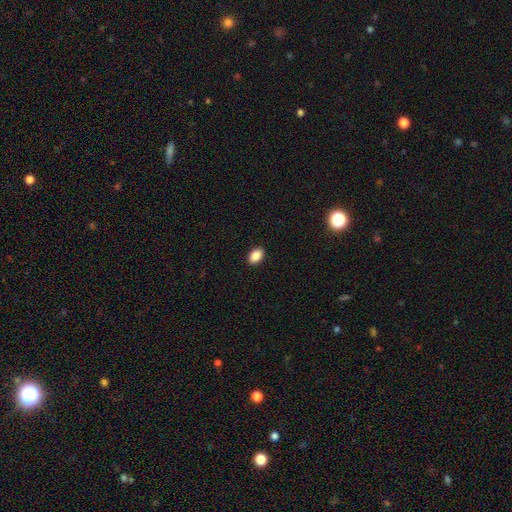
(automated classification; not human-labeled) smooth 88%, star or artifact 8%, featured or disk 4%. Down the decision tree: how rounded — in between (86%); merging — none (91%).